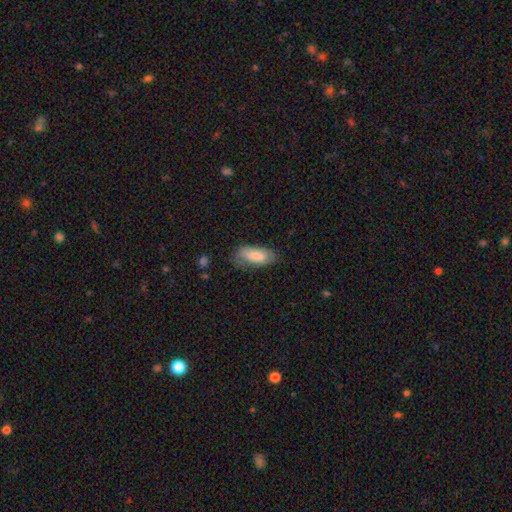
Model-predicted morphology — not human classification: type=smooth (75%); roundness=in between (85%); merging=none (62%).